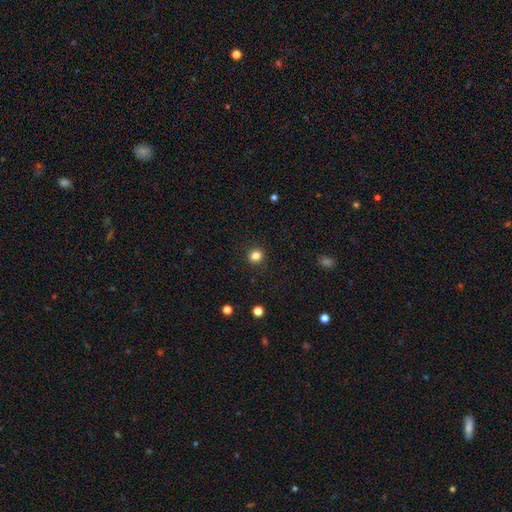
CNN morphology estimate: A smooth galaxy with no disk features (83%) that is round (89%). Merging: none (91%).